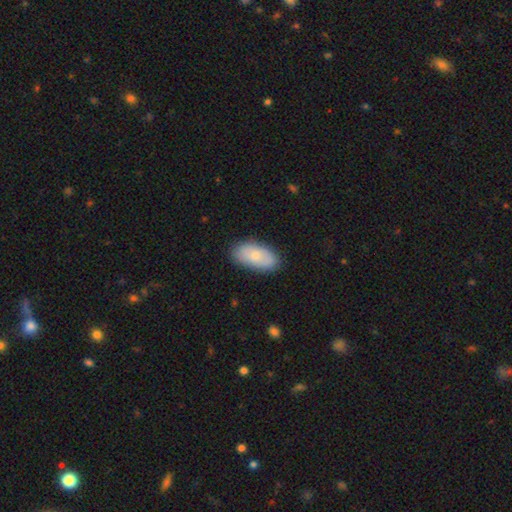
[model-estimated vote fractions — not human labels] Smooth or featured?
  - smooth: 76% *
  - featured or disk: 18%
  - star or artifact: 6%
How rounded?
  - in between: 93% *
  - cigar-shaped: 4%
  - round: 3%
Merging?
  - none: 84% *
  - minor disturbance: 13%
  - major disturbance: 3%
  - merger: 1%